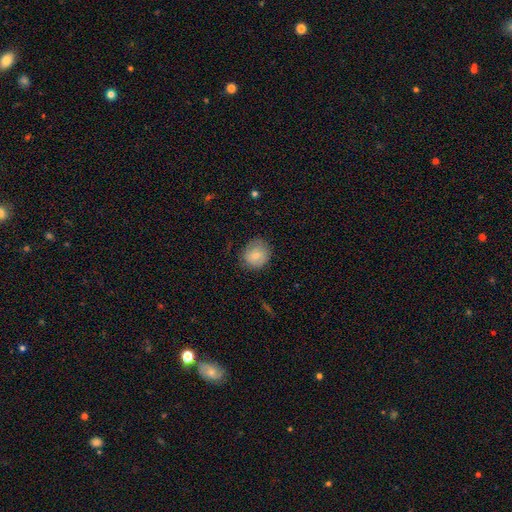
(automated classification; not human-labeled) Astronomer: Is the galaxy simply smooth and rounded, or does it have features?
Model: smooth — 73%.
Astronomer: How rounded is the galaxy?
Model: round — 81%.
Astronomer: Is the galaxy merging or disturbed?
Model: none — 75%.